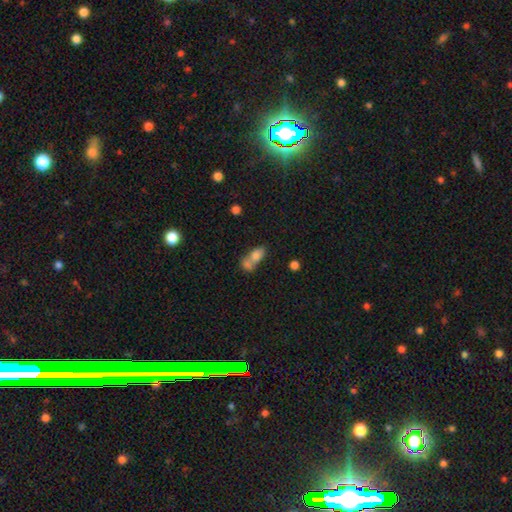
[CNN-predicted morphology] smooth 77%, featured or disk 13%, star or artifact 10%. Down the decision tree: how rounded — in between (81%); merging — merger (66%).